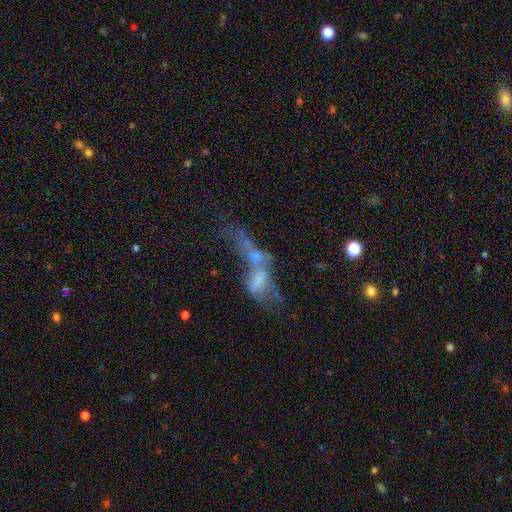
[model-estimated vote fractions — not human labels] This is marginally a smooth galaxy (43%). Merging: likely merger (69%).